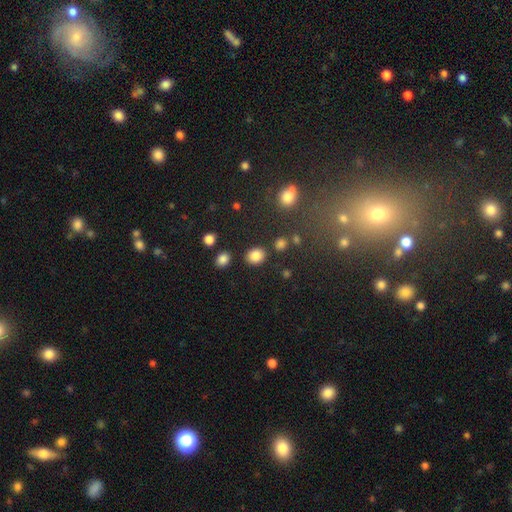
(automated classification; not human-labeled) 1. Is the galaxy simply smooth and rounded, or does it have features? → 84% smooth, 10% star or artifact, 5% featured or disk.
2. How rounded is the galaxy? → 54% round, 45% in between, 1% cigar-shaped.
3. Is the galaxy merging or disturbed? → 83% none, 9% minor disturbance, 5% merger, 3% major disturbance.